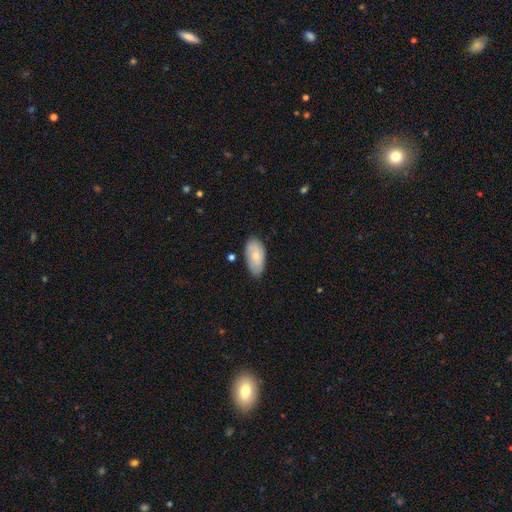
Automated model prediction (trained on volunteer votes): Smooth or featured? Predicted: smooth (p=0.72). How rounded? Predicted: in between (p=0.94). Merging? Predicted: none (p=0.75).